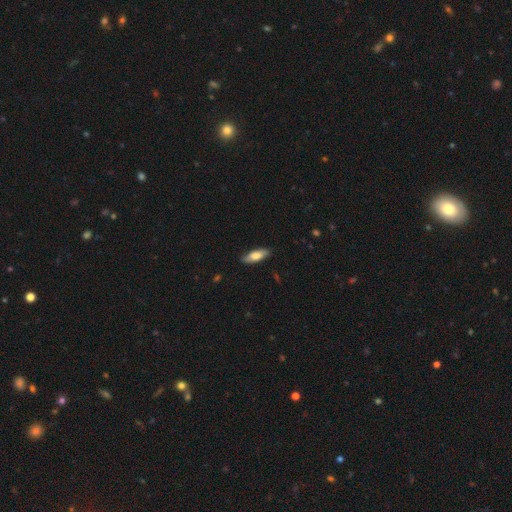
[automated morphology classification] A smooth galaxy with no disk features (75%) that is in between round and cigar-shaped (66%).

Vote fractions:
- Smooth or featured? smooth: 75% / featured or disk: 20% / star or artifact: 6%
- How rounded? in between: 66% / cigar-shaped: 33% / round: 2%
- Merging? none: 85% / minor disturbance: 12% / major disturbance: 2% / merger: 1%